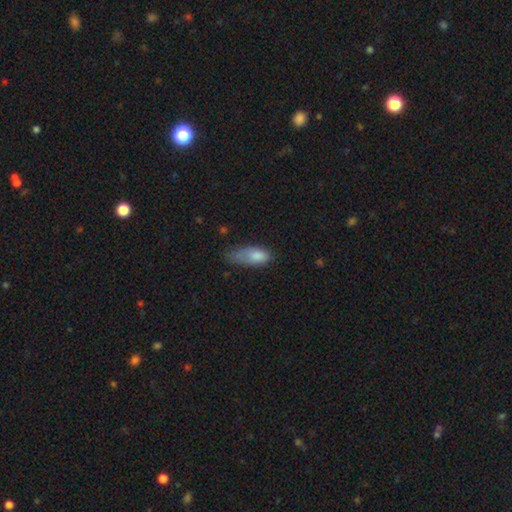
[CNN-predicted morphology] Smooth or featured? Predicted: smooth (p=0.81). How rounded? Predicted: in between (p=0.81). Merging? Predicted: minor disturbance (p=0.43).